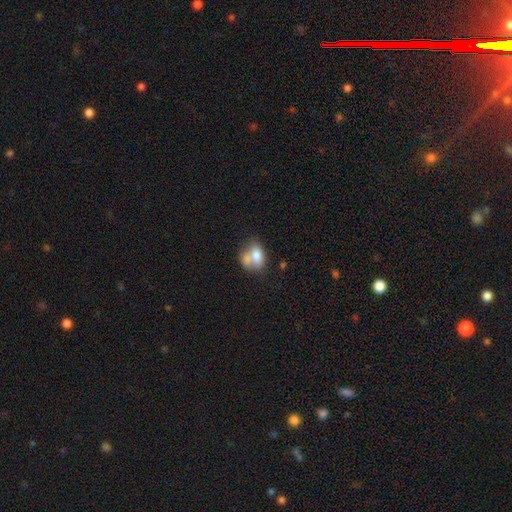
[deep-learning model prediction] Morphology: type=smooth (74%); roundness=in between (78%); merging=merger (52%).